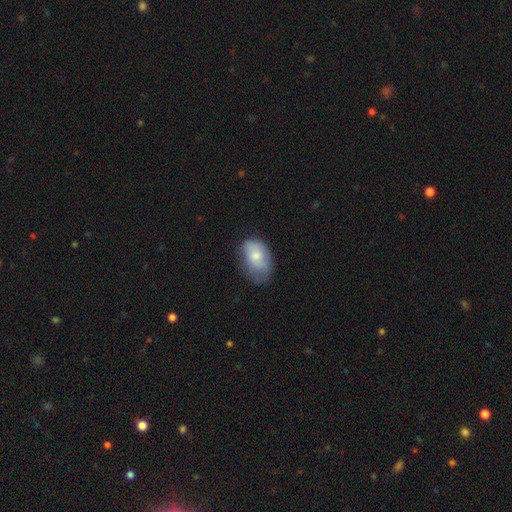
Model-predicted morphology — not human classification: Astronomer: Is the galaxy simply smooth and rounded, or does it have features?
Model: smooth — 70%.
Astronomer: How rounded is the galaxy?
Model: in between — 88%.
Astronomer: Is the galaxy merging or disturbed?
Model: none — 48% (runner-up: minor disturbance, 37%).